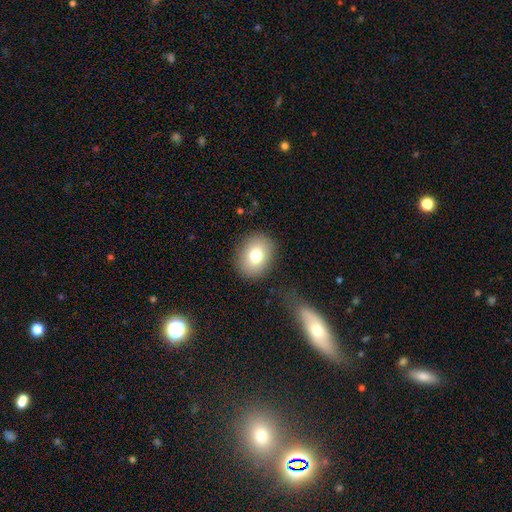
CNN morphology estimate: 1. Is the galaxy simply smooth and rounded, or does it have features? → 78% smooth, 13% featured or disk, 10% star or artifact.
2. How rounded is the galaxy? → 53% round, 46% in between, 1% cigar-shaped.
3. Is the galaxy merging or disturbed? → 83% none, 11% minor disturbance, 4% major disturbance, 3% merger.